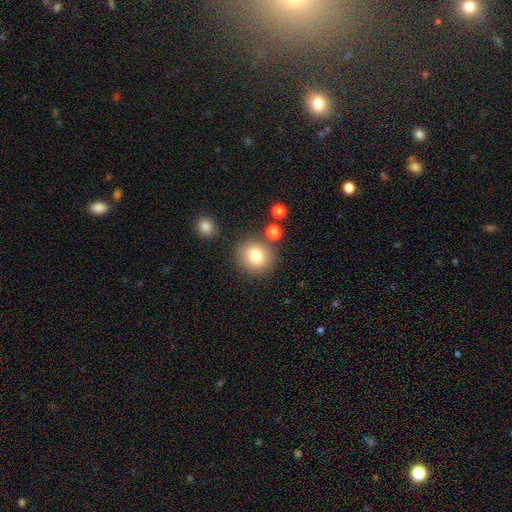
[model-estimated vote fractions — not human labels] Smooth or featured: smooth — 80% (featured or disk — 10%)
How rounded: round — 86% (in between — 13%)
Merging: none — 81% (minor disturbance — 9%)